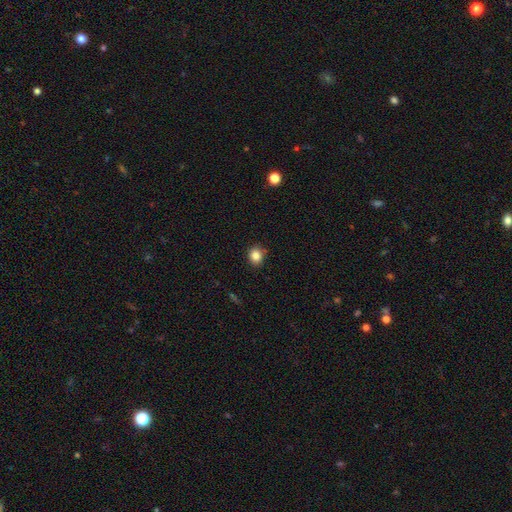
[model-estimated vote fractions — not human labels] This is clearly a smooth galaxy (84%). How rounded: likely round (75%). Merging: clearly none (87%).